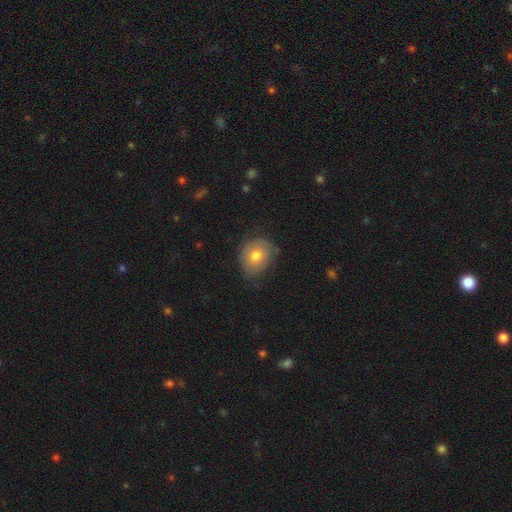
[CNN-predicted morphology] Smooth or featured? smooth (74%)
How rounded? round (57%)
Merging? none (67%)